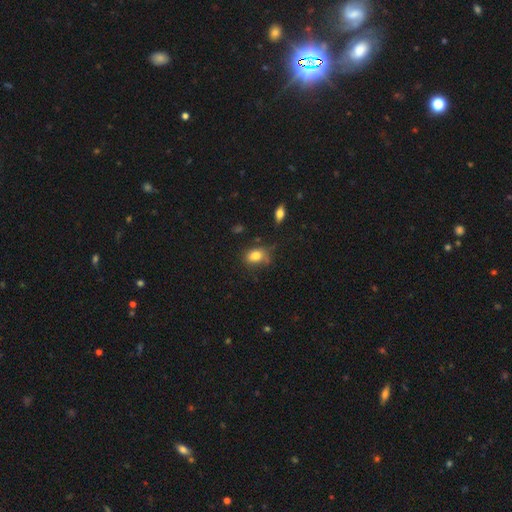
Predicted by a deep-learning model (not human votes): smooth-or-featured: smooth: 81% | featured or disk: 10% | star or artifact: 9%
  how-rounded: in between: 72% | round: 27% | cigar-shaped: 1%
  merging: none: 61% | minor disturbance: 27% | major disturbance: 8% | merger: 4%